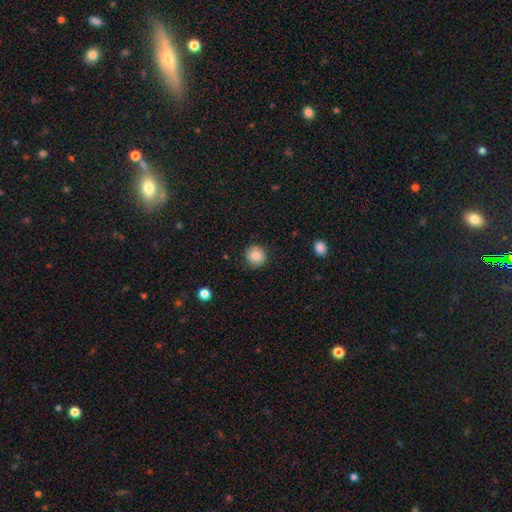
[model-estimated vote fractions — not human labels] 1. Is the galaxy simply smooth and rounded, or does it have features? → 84% smooth, 9% star or artifact, 7% featured or disk.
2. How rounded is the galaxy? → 91% round, 8% in between, 1% cigar-shaped.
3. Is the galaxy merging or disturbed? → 89% none, 7% minor disturbance, 2% major disturbance, 1% merger.